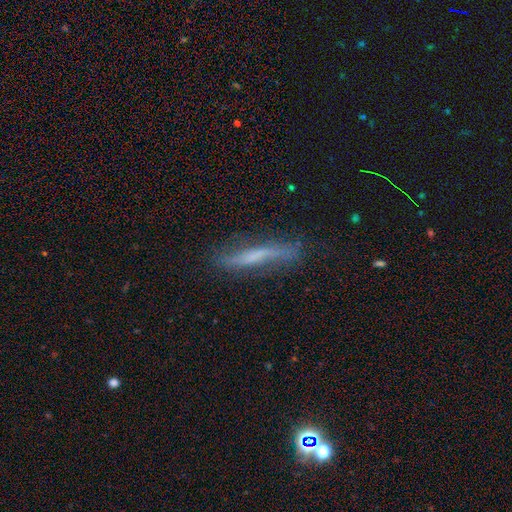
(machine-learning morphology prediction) The model was most divided on "smooth or featured": featured or disk: 53%, smooth: 38%, star or artifact: 9%. More confident: edge-on disk — yes (74%); merging — none (69%).